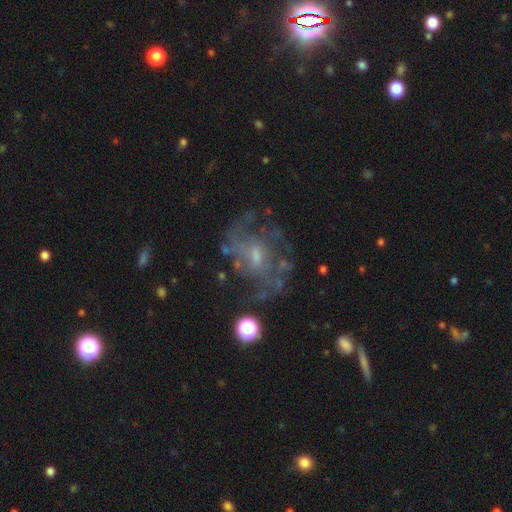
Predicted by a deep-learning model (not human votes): This appears to be a featured or disk galaxy (73%) with no bar (53%), medium (43%) spiral arms (72%) and a small central bulge (51%). Merging: none (62%).